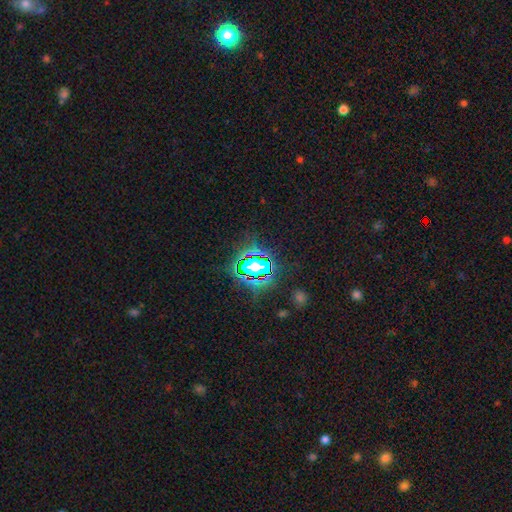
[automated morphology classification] smooth-or-featured: star or artifact: 78% | smooth: 14% | featured or disk: 8%